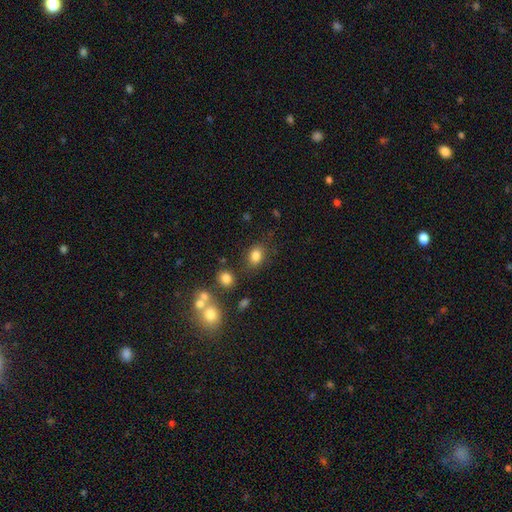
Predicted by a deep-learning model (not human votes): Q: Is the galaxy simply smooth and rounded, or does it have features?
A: smooth — 82%.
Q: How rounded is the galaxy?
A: in between — 64%.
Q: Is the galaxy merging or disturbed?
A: none — 77%.